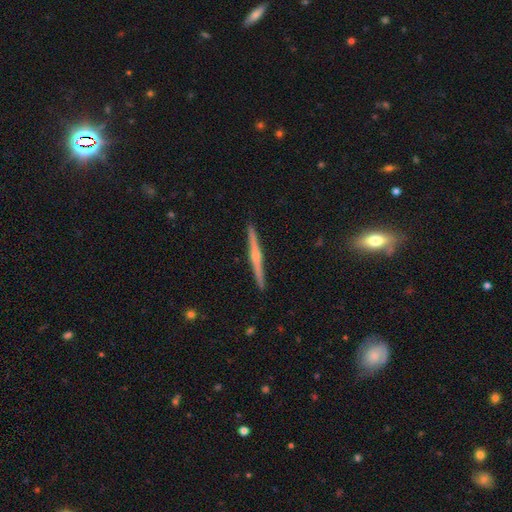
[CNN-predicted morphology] featured or disk 76%, smooth 18%, star or artifact 6%. Down the decision tree: edge-on disk — yes (98%); edge-on bulge — rounded (81%); merging — none (92%).